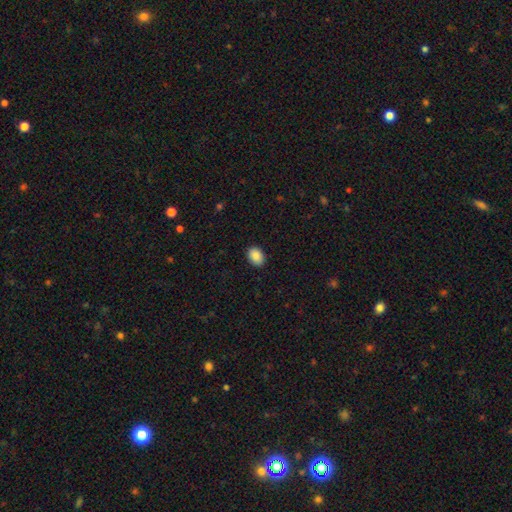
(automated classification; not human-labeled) A smooth galaxy with no disk features (89%) that is in between round and cigar-shaped (78%).

Vote fractions:
- Smooth or featured? smooth: 89% / star or artifact: 8% / featured or disk: 4%
- How rounded? in between: 78% / round: 21% / cigar-shaped: 1%
- Merging? none: 89% / minor disturbance: 8% / major disturbance: 2% / merger: 1%